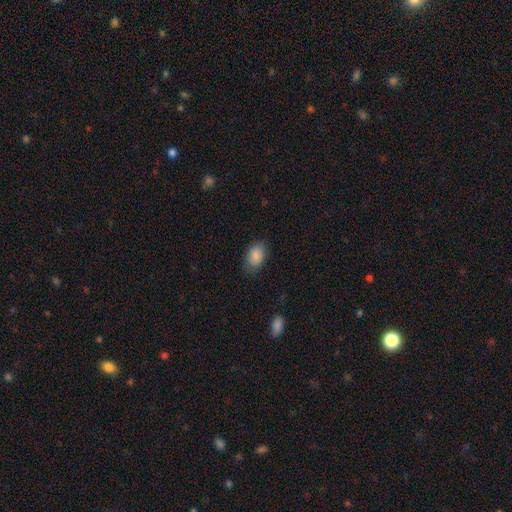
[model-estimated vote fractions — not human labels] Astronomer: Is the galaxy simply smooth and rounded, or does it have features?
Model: smooth — 87%.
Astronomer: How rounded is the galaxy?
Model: in between — 88%.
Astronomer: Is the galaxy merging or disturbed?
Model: none — 80%.